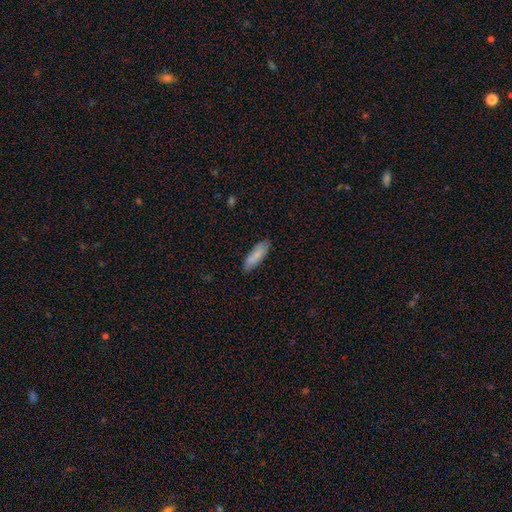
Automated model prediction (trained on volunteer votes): Morphology: type=smooth (81%); roundness=in between (53%); merging=none (82%).